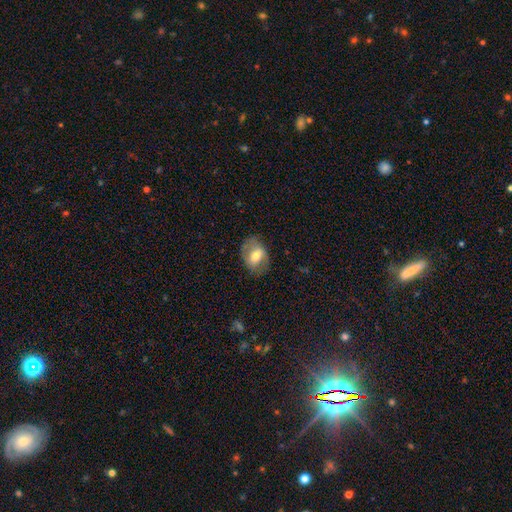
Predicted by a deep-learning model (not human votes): This is possibly a smooth galaxy (52%). How rounded: likely in between (74%). Merging: likely none (74%).